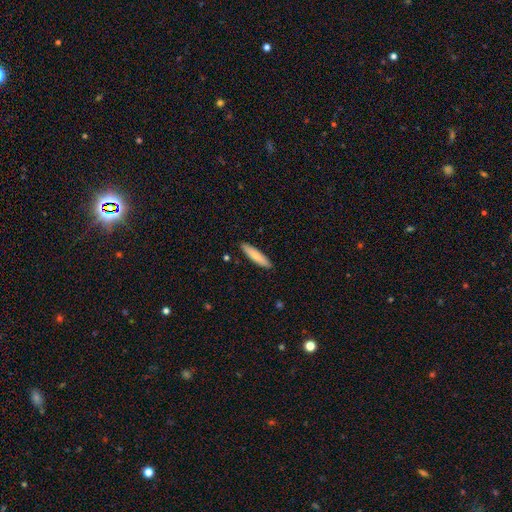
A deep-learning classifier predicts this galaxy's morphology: smooth-or-featured: smooth: 80% | featured or disk: 15% | star or artifact: 5%
  how-rounded: cigar-shaped: 82% | in between: 17% | round: 1%
  merging: none: 91% | minor disturbance: 7% | major disturbance: 1% | merger: 1%